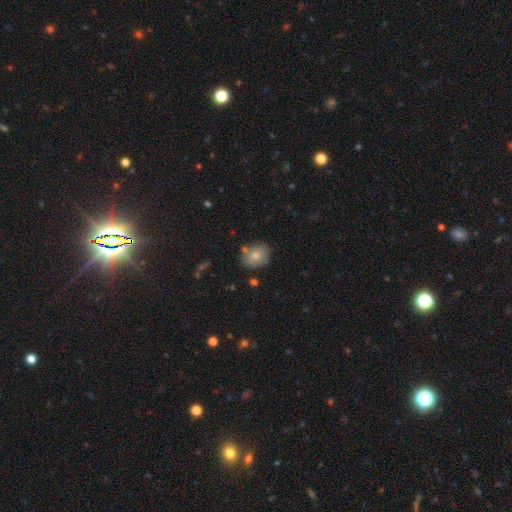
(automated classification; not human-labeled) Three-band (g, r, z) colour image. It shows a smooth galaxy with no disk features (77%) that is round (50%). Merging: none (74%).